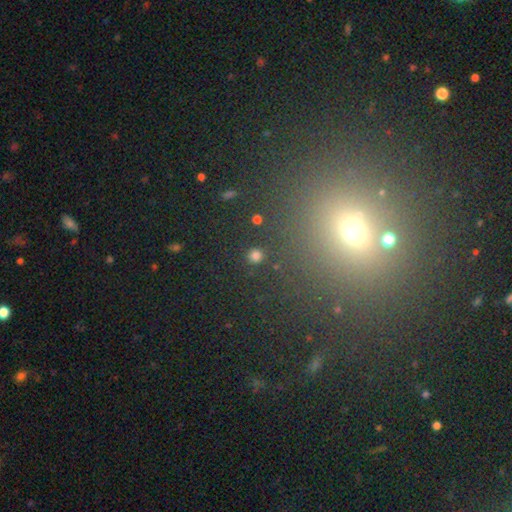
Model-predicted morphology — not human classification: smooth_or_featured: smooth (p=0.74) [alt: star or artifact p=0.21]
how_rounded: round (p=0.92) [alt: in between p=0.07]
merging: none (p=0.89) [alt: minor disturbance p=0.05]